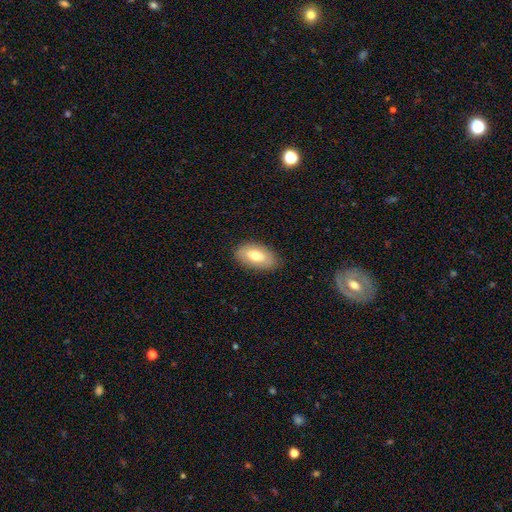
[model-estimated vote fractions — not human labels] Morphology: type=smooth (65%); roundness=in between (93%); merging=none (84%).